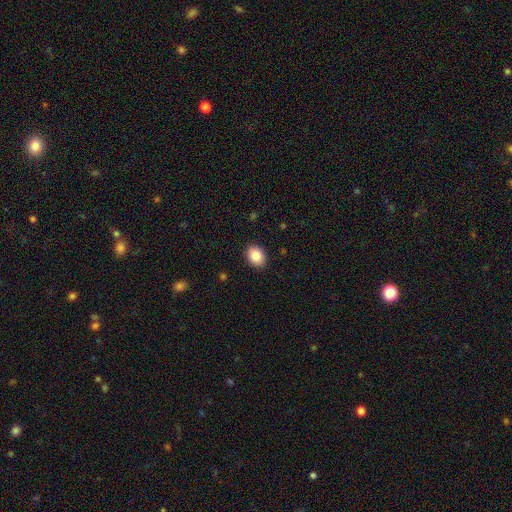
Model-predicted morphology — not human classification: smooth-or-featured: smooth: 86% | star or artifact: 8% | featured or disk: 6%
  how-rounded: in between: 62% | round: 37% | cigar-shaped: 1%
  merging: none: 90% | minor disturbance: 7% | major disturbance: 2% | merger: 1%